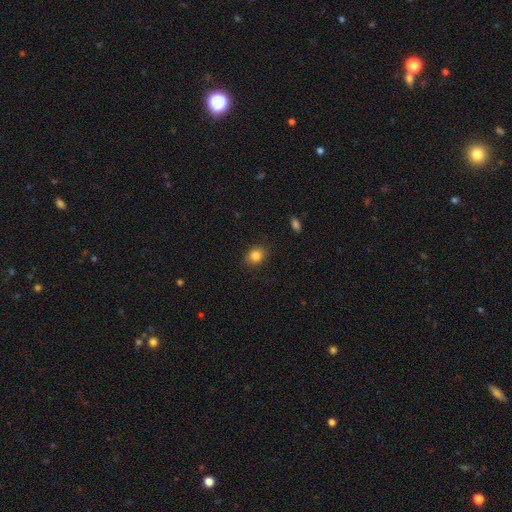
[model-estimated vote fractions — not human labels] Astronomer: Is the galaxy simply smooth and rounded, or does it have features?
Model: smooth — 84%.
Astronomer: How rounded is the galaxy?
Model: round — 50% (runner-up: in between, 49%).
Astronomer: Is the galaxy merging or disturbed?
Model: none — 84%.